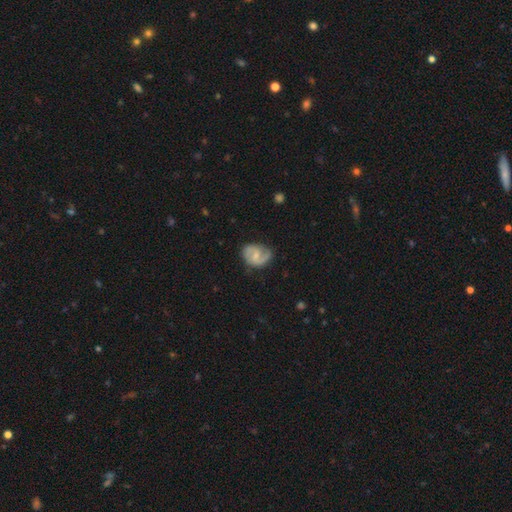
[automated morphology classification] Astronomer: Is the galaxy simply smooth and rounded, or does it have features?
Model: featured or disk — 77%.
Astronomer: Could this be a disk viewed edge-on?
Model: no — 98%.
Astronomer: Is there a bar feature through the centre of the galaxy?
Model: weak — 54% (runner-up: no, 34%).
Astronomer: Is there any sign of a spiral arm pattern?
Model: yes — 93%.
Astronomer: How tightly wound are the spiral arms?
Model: medium — 49% (runner-up: tight, 26%).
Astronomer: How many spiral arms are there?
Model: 2 — 80%.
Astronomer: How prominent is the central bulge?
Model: small — 51% (runner-up: moderate, 37%).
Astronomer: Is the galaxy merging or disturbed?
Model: none — 69%.